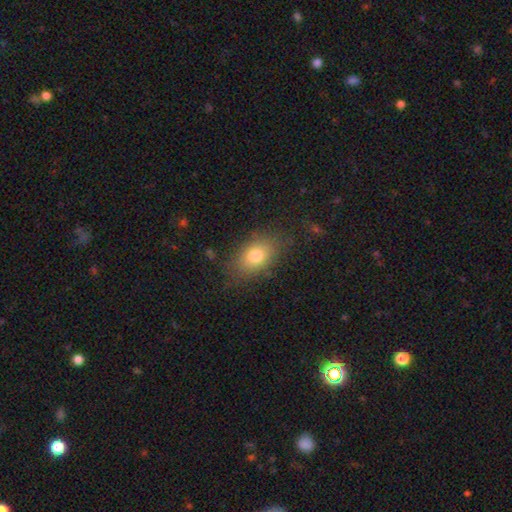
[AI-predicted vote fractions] The model was most divided on "merging": none: 79%, minor disturbance: 14%, major disturbance: 6%, merger: 2%. More confident: how rounded — in between (82%); smooth or featured — smooth (78%).